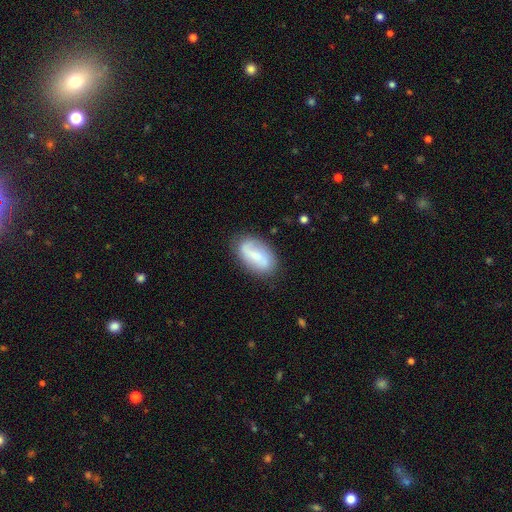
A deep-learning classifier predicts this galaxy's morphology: This is possibly a featured or disk galaxy (50%). Merging: likely none (77%).